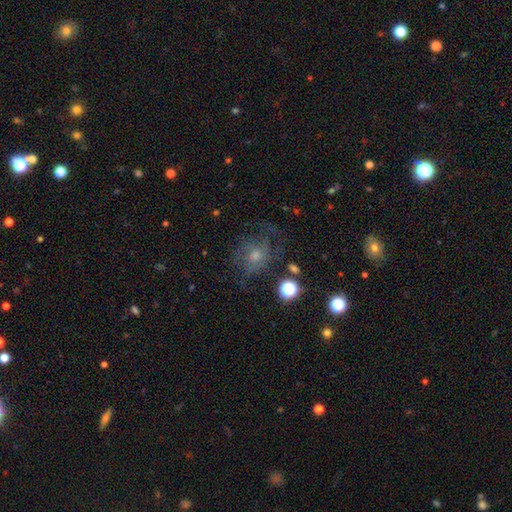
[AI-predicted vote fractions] This is possibly a featured or disk galaxy (53%). It is clearly not viewed edge-on (96%). Bar: likely no (78%). Spiral arm pattern: likely yes (72%). Central bulge: marginally moderate (44%). Merging: possibly none (55%).